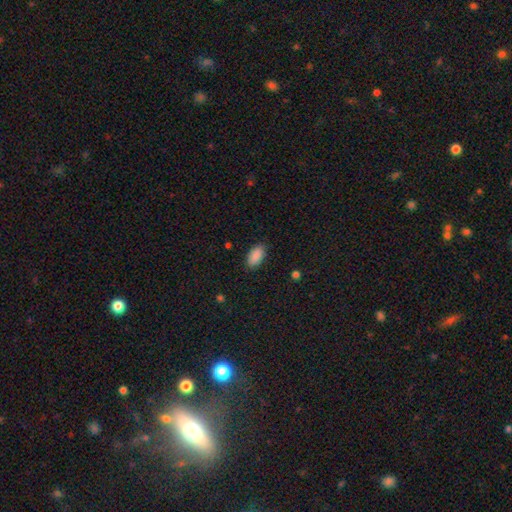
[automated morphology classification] A smooth galaxy with no disk features (90%) that is in between round and cigar-shaped (94%). Merging: none (87%).